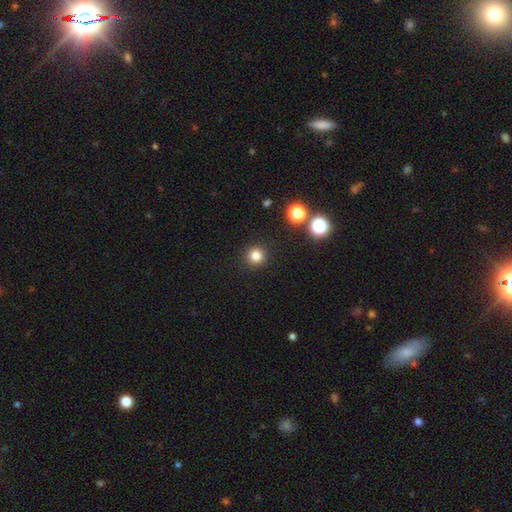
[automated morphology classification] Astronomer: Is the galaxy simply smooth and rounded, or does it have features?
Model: smooth — 81%.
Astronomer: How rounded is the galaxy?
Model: round — 95%.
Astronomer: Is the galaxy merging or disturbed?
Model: none — 92%.